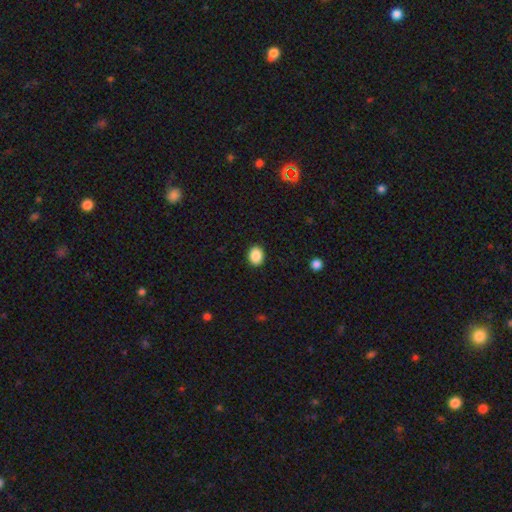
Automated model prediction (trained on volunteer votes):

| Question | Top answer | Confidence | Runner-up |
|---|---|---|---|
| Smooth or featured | smooth | 89% | star or artifact (8%) |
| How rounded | round | 60% | in between (39%) |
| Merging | none | 91% | minor disturbance (6%) |